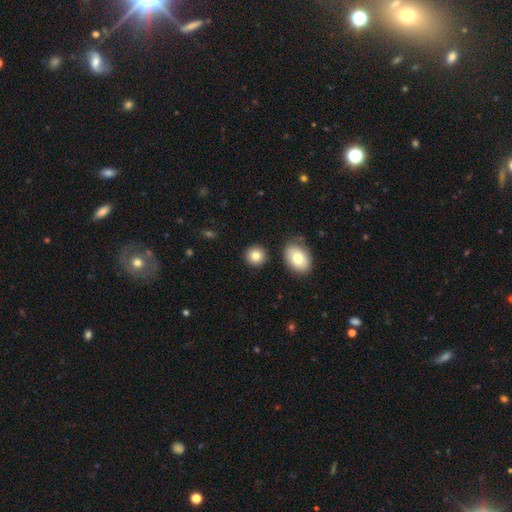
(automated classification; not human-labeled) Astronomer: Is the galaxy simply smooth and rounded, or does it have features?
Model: smooth — 82%.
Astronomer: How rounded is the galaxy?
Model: round — 87%.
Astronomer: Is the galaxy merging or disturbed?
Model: none — 86%.